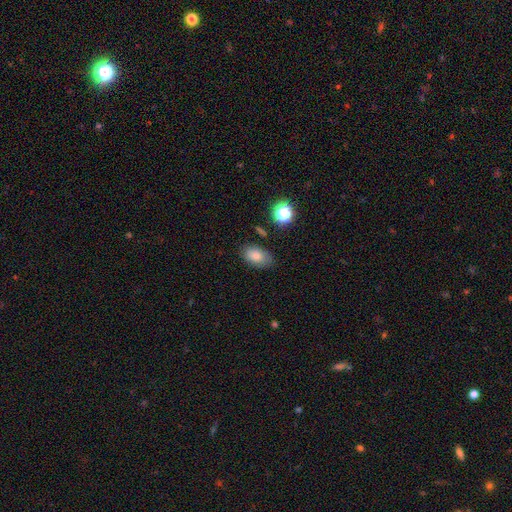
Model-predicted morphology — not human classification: Smooth or featured: smooth — 78% (featured or disk — 11%)
How rounded: in between — 89% (round — 10%)
Merging: none — 78% (minor disturbance — 15%)